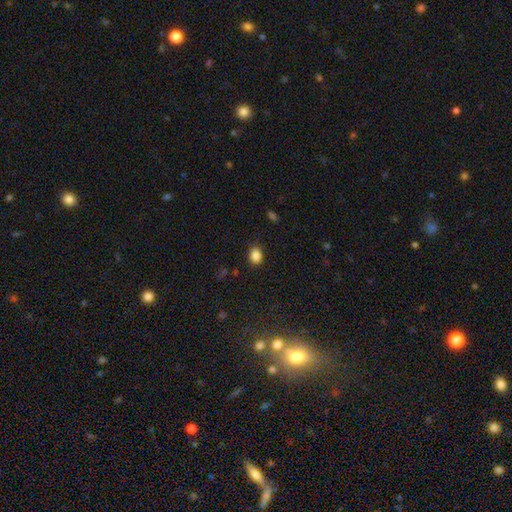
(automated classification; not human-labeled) This appears to be a smooth galaxy with no disk features (86%) that is in between round and cigar-shaped (52%). Merging: none (84%).